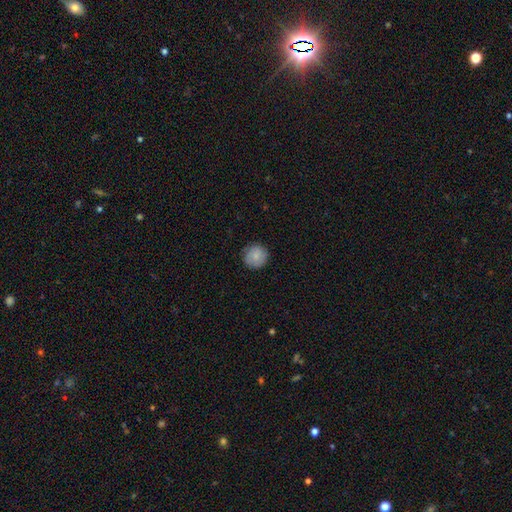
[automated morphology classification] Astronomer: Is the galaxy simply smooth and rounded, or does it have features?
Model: smooth — 84%.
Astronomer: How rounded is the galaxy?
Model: round — 93%.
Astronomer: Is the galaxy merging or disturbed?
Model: none — 86%.